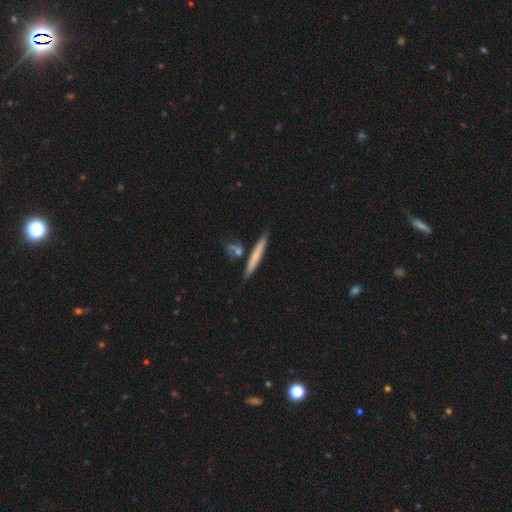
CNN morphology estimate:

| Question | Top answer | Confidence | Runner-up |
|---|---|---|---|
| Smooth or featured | smooth | 62% | featured or disk (32%) |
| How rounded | cigar-shaped | 94% | in between (4%) |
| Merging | none | 80% | minor disturbance (10%) |